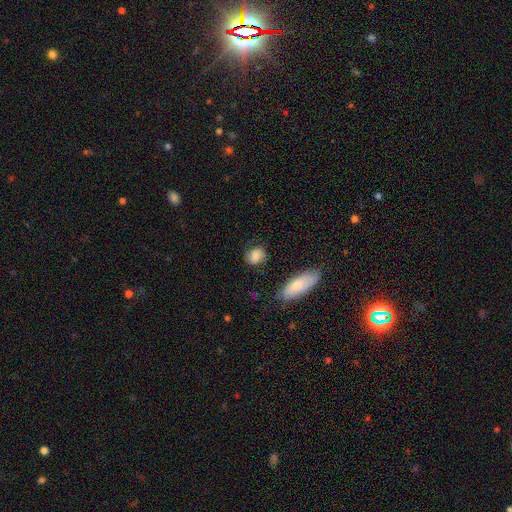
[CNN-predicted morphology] This appears to be a smooth galaxy with no disk features (77%) that is round (54%). Merging: none (71%).